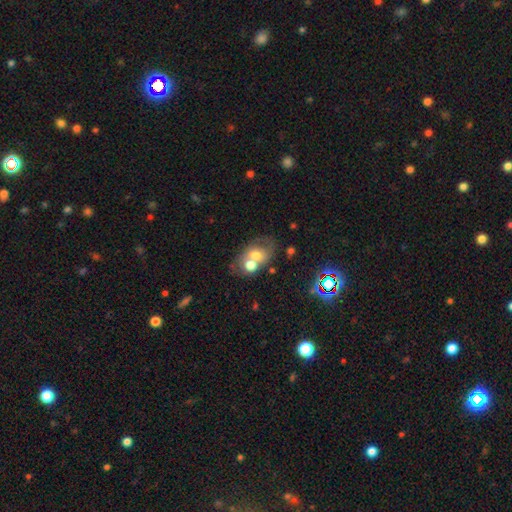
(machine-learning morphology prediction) Smooth or featured?
  - smooth: 55% *
  - featured or disk: 32%
  - star or artifact: 12%
How rounded?
  - in between: 61% *
  - round: 37%
  - cigar-shaped: 1%
Merging?
  - merger: 58% *
  - none: 24%
  - minor disturbance: 10%
  - major disturbance: 8%